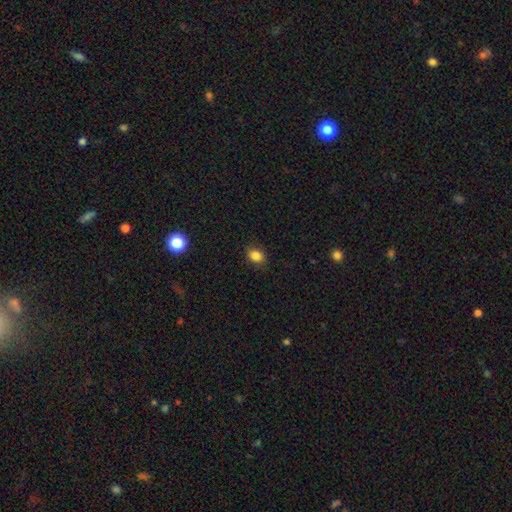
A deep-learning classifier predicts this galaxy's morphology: Smooth or featured?
  - smooth: 85% *
  - star or artifact: 11%
  - featured or disk: 4%
How rounded?
  - in between: 60% *
  - round: 39%
  - cigar-shaped: 1%
Merging?
  - none: 85% *
  - minor disturbance: 12%
  - major disturbance: 3%
  - merger: 1%